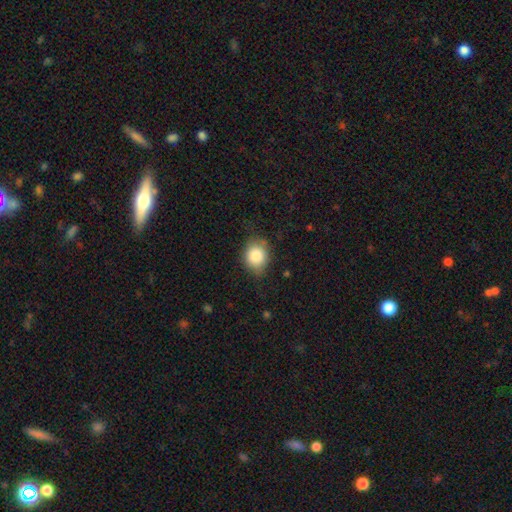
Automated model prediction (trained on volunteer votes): Q: Smooth or featured?
A: smooth (85%); runner-up: star or artifact (8%)
Q: How rounded?
A: round (59%); runner-up: in between (40%)
Q: Merging?
A: none (70%); runner-up: minor disturbance (23%)